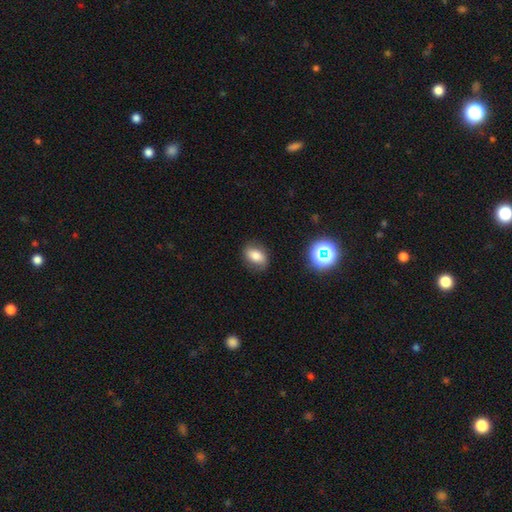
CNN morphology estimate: Smooth or featured? Predicted: smooth (p=0.69). How rounded? Predicted: in between (p=0.77). Merging? Predicted: none (p=0.80).